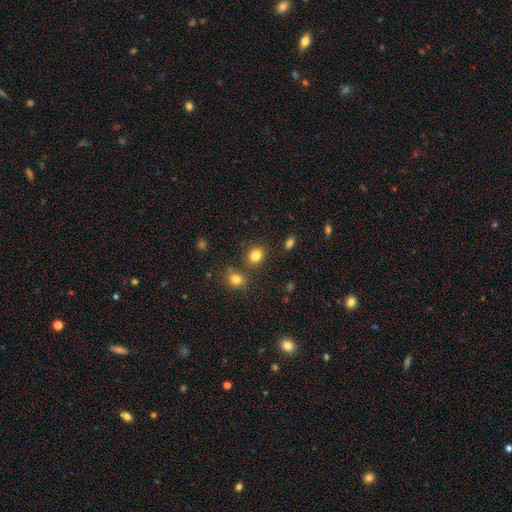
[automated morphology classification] This appears to be a smooth galaxy with no disk features (83%) that is in between round and cigar-shaped (54%). Merging: none (76%).